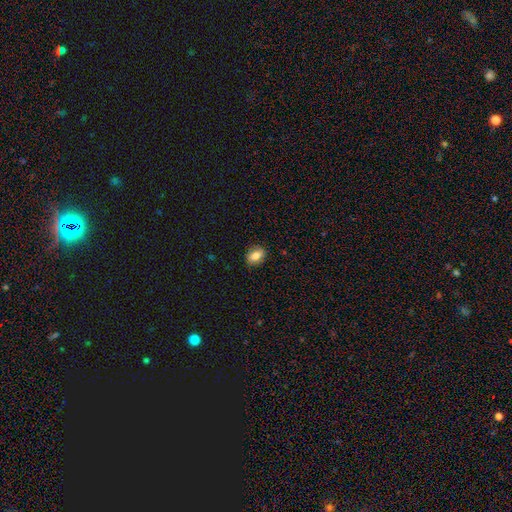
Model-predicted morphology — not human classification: smooth_or_featured: smooth (p=0.79) [alt: featured or disk p=0.13]
how_rounded: in between (p=0.70) [alt: round p=0.28]
merging: none (p=0.86) [alt: minor disturbance p=0.11]